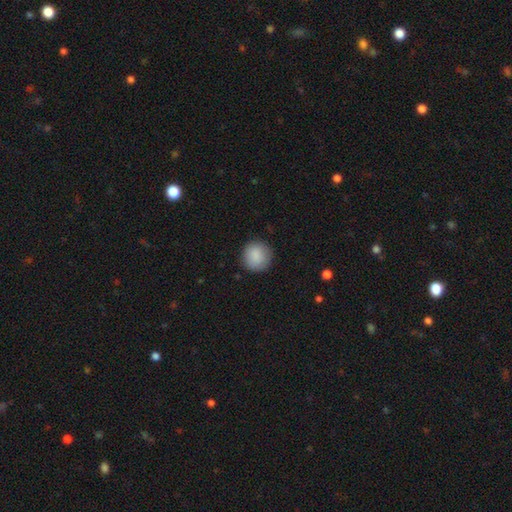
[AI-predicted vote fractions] Overall: smooth (89%). How rounded: round (93%). Merging: none (89%).